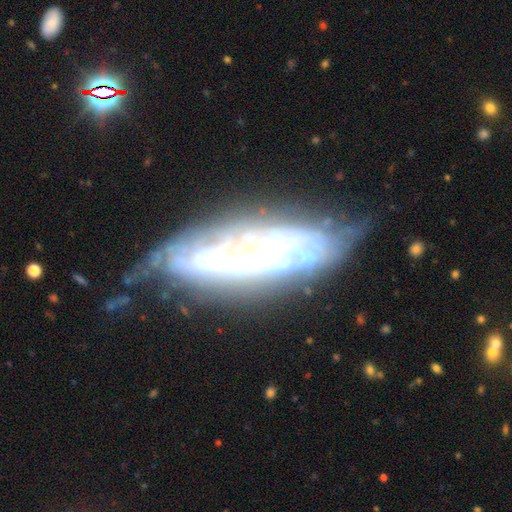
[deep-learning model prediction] This appears to be a featured or disk galaxy (74%) with no bar (69%), spiral arms (64%) and no central bulge (34%). Merging: none (53%).